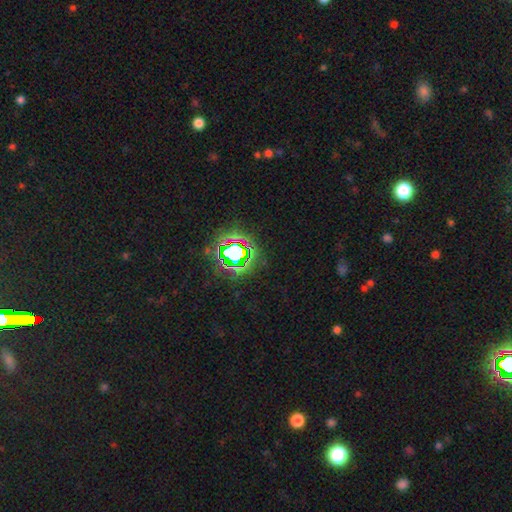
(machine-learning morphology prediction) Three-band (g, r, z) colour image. It shows a star or artifact, not a galaxy (79%).